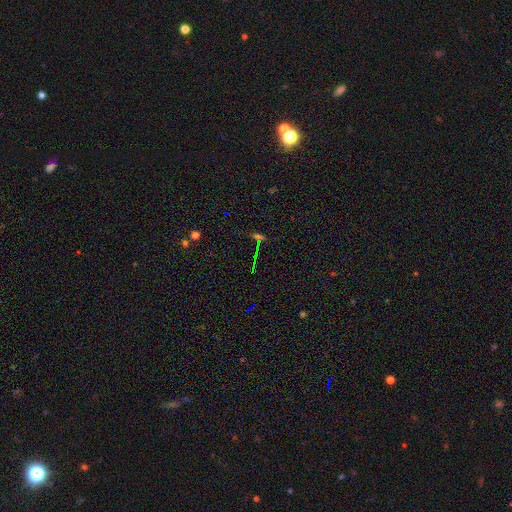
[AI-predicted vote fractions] Smooth or featured? Predicted: star or artifact (p=0.66).